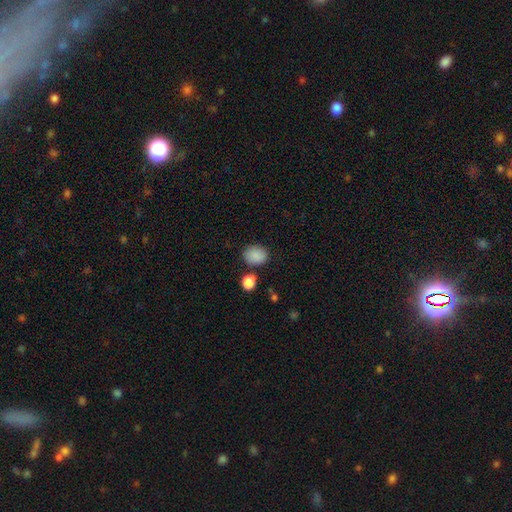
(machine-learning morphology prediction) This is clearly a smooth galaxy (87%). How rounded: possibly round (50%). Merging: likely none (79%).